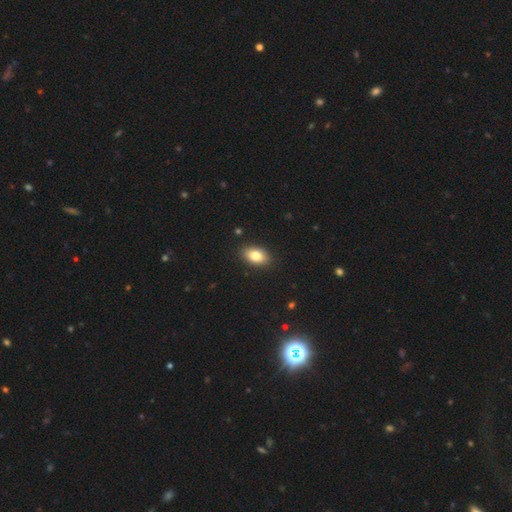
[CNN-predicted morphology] Overall: smooth (82%). How rounded: in between (90%). Merging: none (89%).